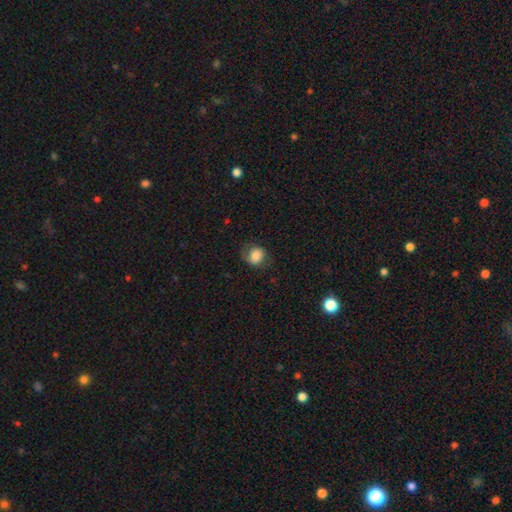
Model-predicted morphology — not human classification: A smooth galaxy with no disk features (80%) that is round (66%).

Vote fractions:
- Smooth or featured? smooth: 80% / featured or disk: 12% / star or artifact: 9%
- How rounded? round: 66% / in between: 33% / cigar-shaped: 1%
- Merging? none: 66% / minor disturbance: 22% / major disturbance: 10% / merger: 1%